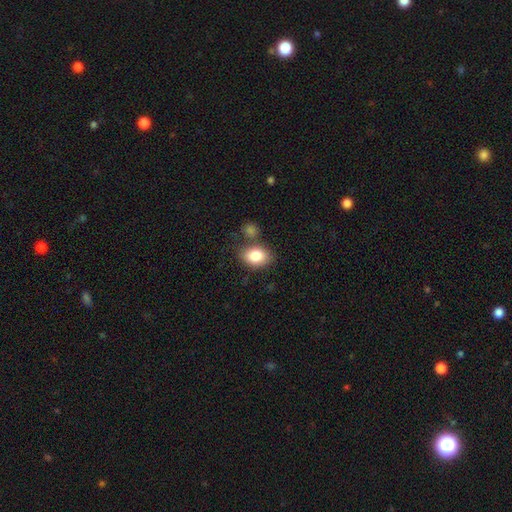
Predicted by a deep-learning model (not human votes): smooth-or-featured: smooth: 83% | featured or disk: 9% | star or artifact: 8%
  how-rounded: in between: 79% | round: 20% | cigar-shaped: 1%
  merging: none: 69% | minor disturbance: 14% | merger: 13% | major disturbance: 4%